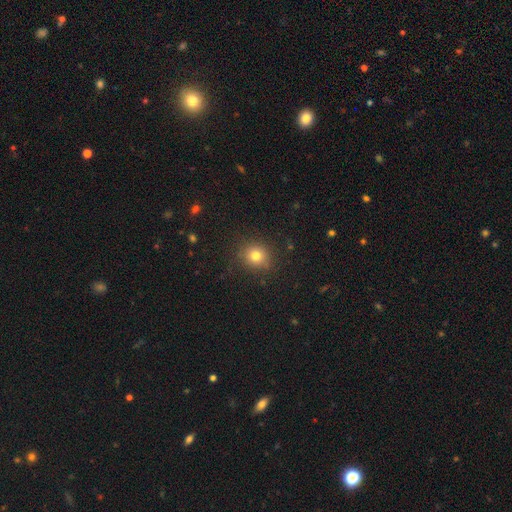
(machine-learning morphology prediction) This is likely a smooth galaxy (78%). How rounded: clearly round (87%). Merging: clearly none (86%).